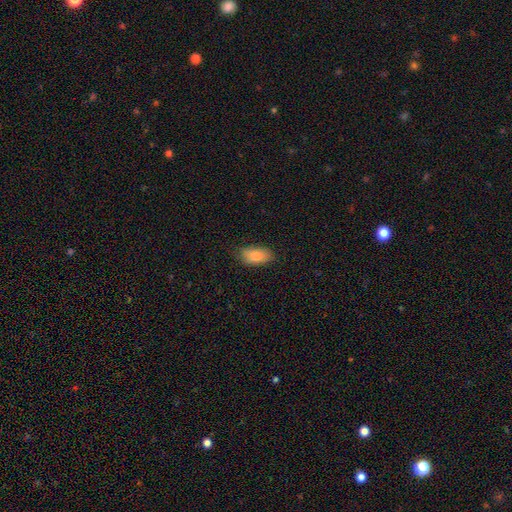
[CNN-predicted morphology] Smooth or featured?
  - smooth: 85% *
  - featured or disk: 8%
  - star or artifact: 7%
How rounded?
  - in between: 90% *
  - cigar-shaped: 6%
  - round: 3%
Merging?
  - none: 77% *
  - minor disturbance: 18%
  - major disturbance: 4%
  - merger: 1%